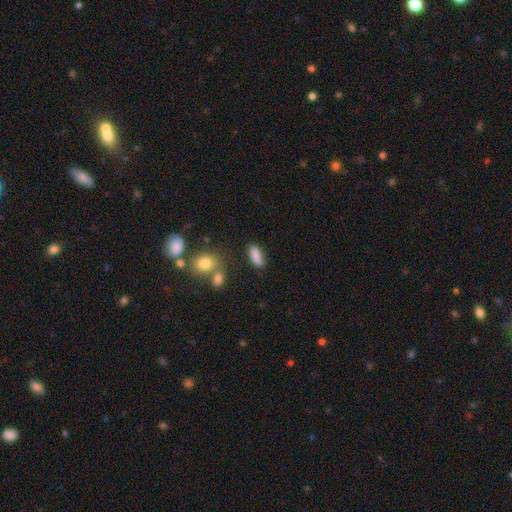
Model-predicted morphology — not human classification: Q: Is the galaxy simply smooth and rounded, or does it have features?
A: smooth — 83%.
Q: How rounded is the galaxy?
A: in between — 70%.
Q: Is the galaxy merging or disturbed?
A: none — 69%.